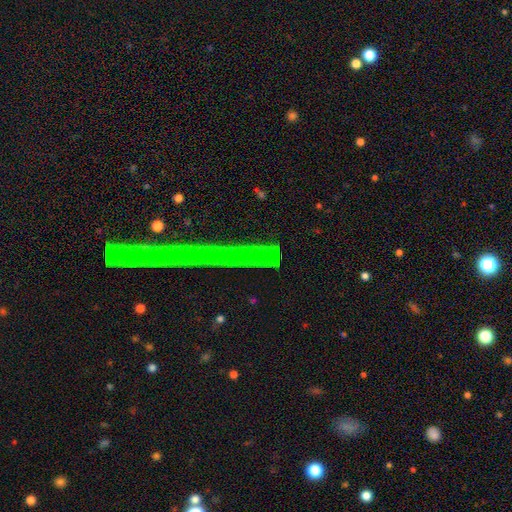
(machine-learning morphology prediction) Smooth or featured?
  - star or artifact: 70% *
  - featured or disk: 17%
  - smooth: 13%